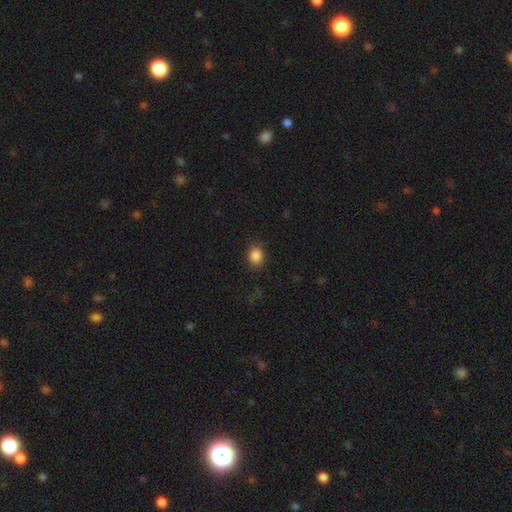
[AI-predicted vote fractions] Morphology: type=smooth (86%); roundness=round (61%); merging=none (85%).